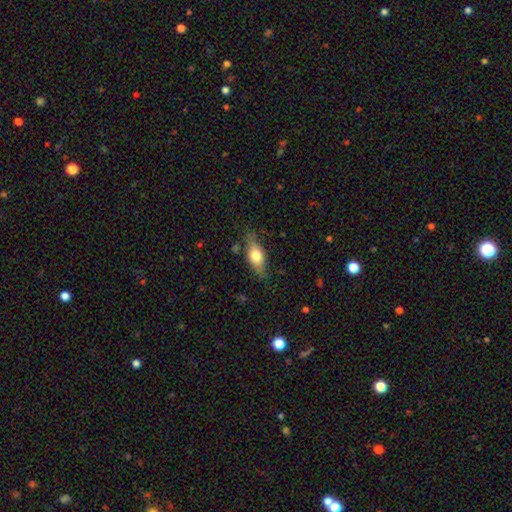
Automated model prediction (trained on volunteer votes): Overall: smooth (67%). How rounded: in between (78%). Merging: none (72%).